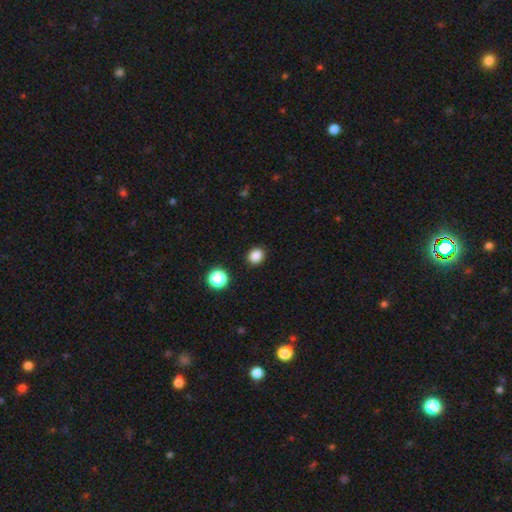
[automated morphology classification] A smooth galaxy with no disk features (85%) that is round (71%).

Vote fractions:
- Smooth or featured? smooth: 85% / star or artifact: 12% / featured or disk: 3%
- How rounded? round: 71% / in between: 28% / cigar-shaped: 1%
- Merging? none: 90% / minor disturbance: 6% / major disturbance: 2% / merger: 2%